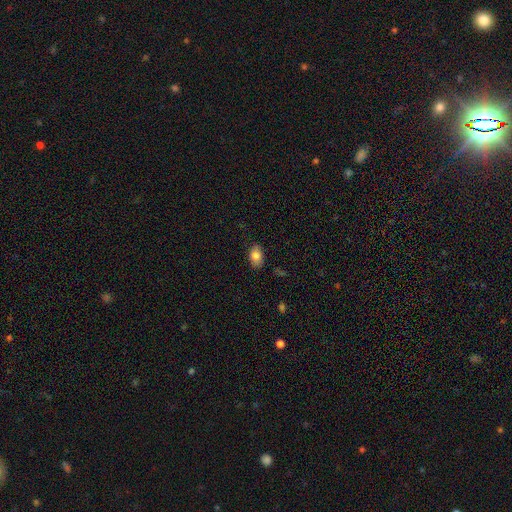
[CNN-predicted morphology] Smooth or featured? Predicted: smooth (p=0.82). How rounded? Predicted: in between (p=0.86). Merging? Predicted: none (p=0.82).